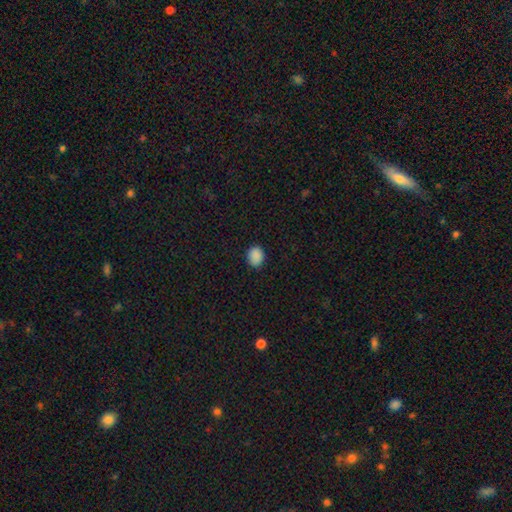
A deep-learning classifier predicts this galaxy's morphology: smooth-or-featured: smooth: 88% | star or artifact: 9% | featured or disk: 3%
  how-rounded: round: 53% | in between: 46% | cigar-shaped: 1%
  merging: none: 85% | minor disturbance: 11% | major disturbance: 2% | merger: 1%